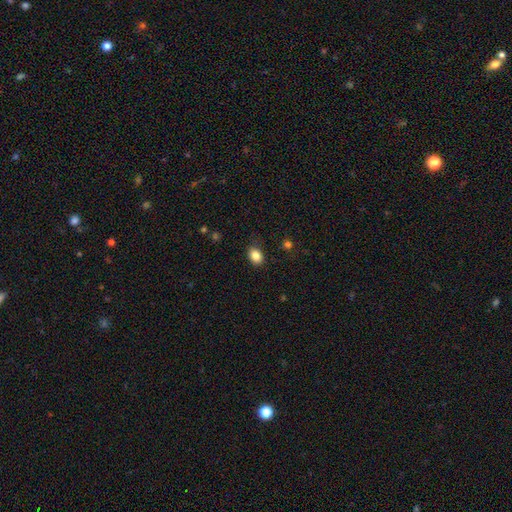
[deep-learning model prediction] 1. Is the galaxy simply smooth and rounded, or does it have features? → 85% smooth, 10% star or artifact, 5% featured or disk.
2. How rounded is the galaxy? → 70% in between, 29% round, 1% cigar-shaped.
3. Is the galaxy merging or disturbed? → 83% none, 13% minor disturbance, 3% major disturbance, 1% merger.